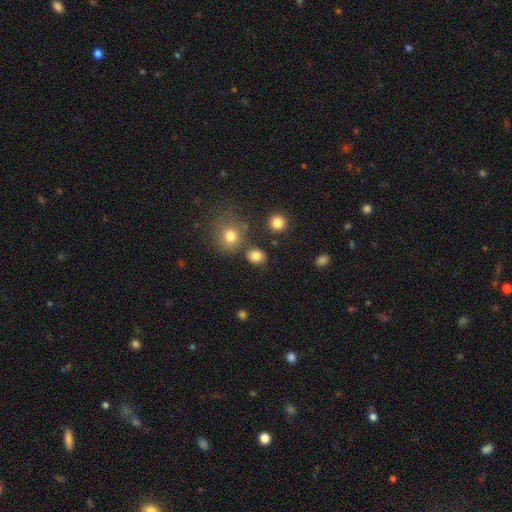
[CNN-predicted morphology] This is clearly a smooth galaxy (82%). How rounded: likely round (63%). Merging: likely none (77%).